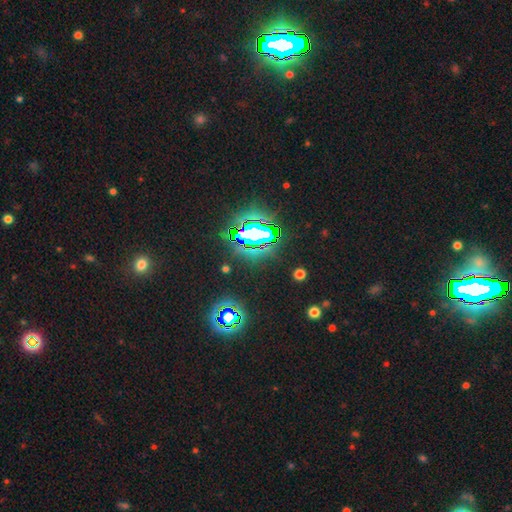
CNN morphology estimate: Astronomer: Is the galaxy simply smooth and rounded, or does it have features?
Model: star or artifact — 83%.